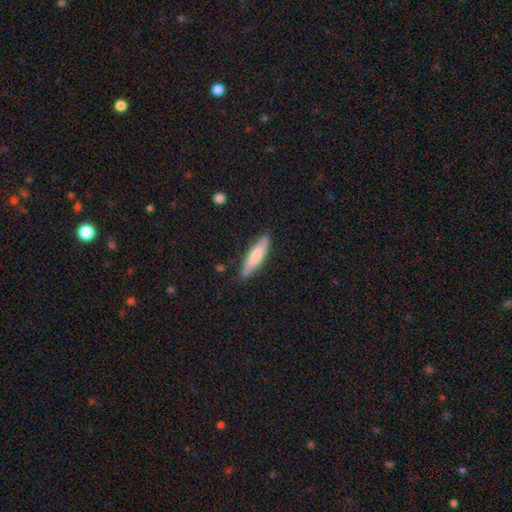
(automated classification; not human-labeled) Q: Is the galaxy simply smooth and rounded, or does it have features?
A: smooth — 73%.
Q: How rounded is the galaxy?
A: cigar-shaped — 79%.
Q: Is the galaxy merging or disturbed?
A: none — 83%.